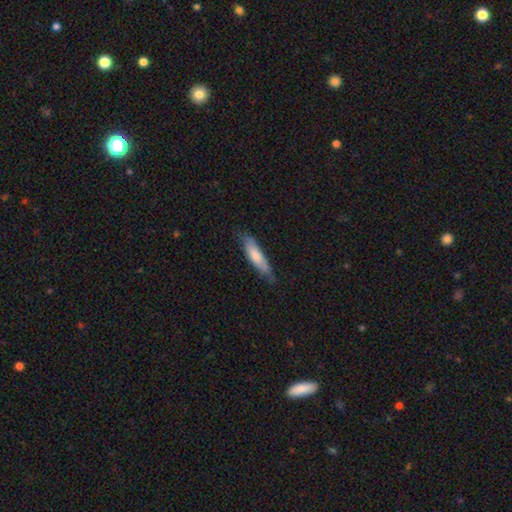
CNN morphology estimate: Smooth or featured?
  - smooth: 72% *
  - featured or disk: 23%
  - star or artifact: 5%
How rounded?
  - cigar-shaped: 68% *
  - in between: 30%
  - round: 1%
Merging?
  - none: 69% *
  - minor disturbance: 25%
  - major disturbance: 5%
  - merger: 1%